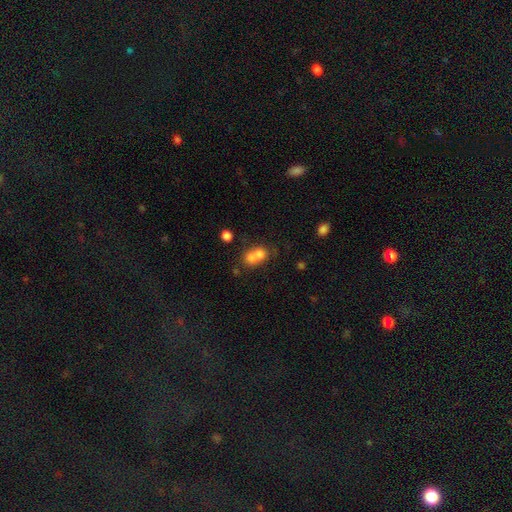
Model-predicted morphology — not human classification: Smooth or featured?
  - smooth: 71% *
  - featured or disk: 18%
  - star or artifact: 11%
How rounded?
  - round: 67% *
  - in between: 32%
  - cigar-shaped: 1%
Merging?
  - merger: 67% *
  - none: 24%
  - minor disturbance: 6%
  - major disturbance: 4%